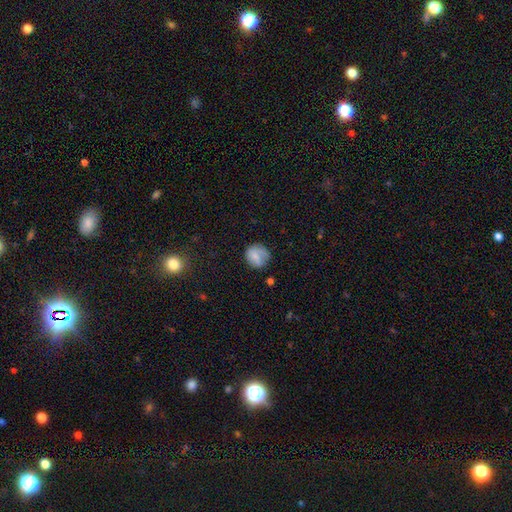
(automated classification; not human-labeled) Smooth or featured? smooth (72%)
How rounded? round (82%)
Merging? none (65%)